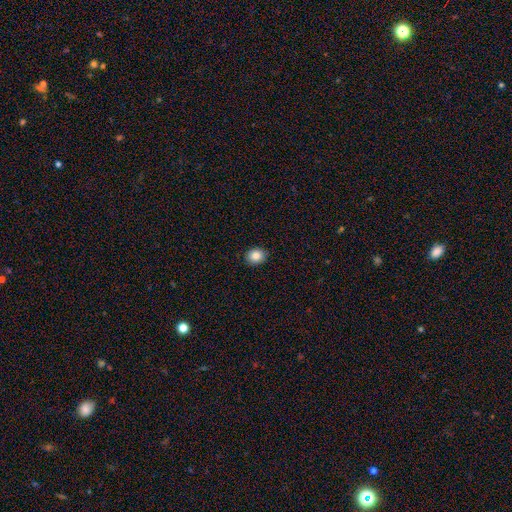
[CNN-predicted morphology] Smooth or featured? Predicted: smooth (p=0.85). How rounded? Predicted: round (p=0.67). Merging? Predicted: none (p=0.91).